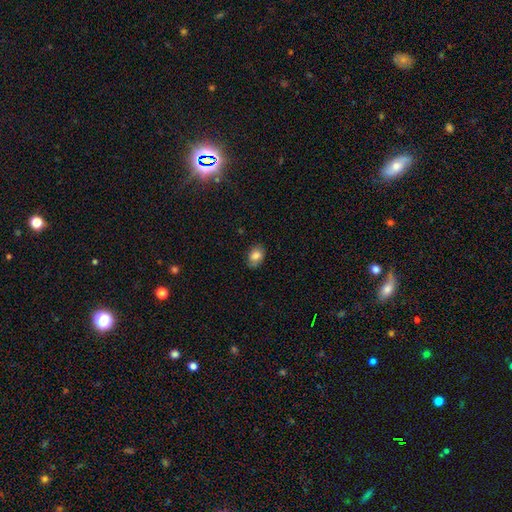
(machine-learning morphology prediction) A smooth galaxy with no disk features (80%) that is in between round and cigar-shaped (74%).

Vote fractions:
- Smooth or featured? smooth: 80% / featured or disk: 11% / star or artifact: 9%
- How rounded? in between: 74% / round: 25% / cigar-shaped: 1%
- Merging? none: 74% / minor disturbance: 21% / major disturbance: 4% / merger: 1%